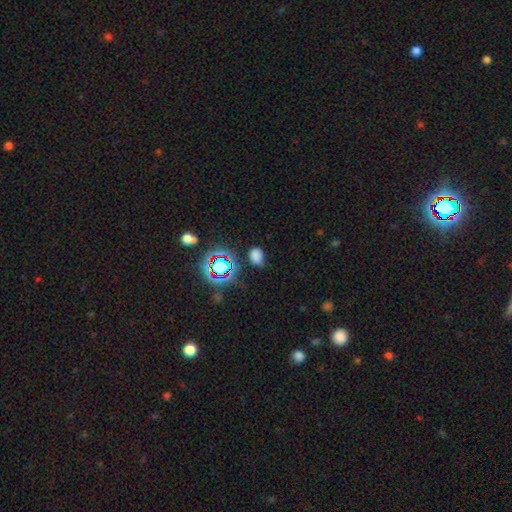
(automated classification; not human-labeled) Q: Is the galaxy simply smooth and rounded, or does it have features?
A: smooth — 66%.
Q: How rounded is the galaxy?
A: in between — 64%.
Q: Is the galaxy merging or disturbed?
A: none — 69%.